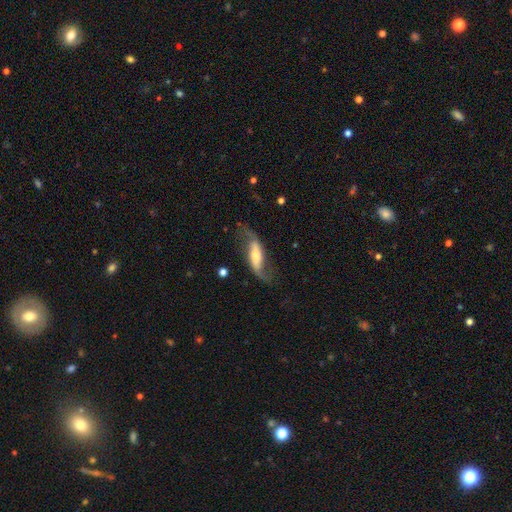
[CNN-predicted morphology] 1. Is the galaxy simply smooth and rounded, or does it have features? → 80% featured or disk, 14% smooth, 6% star or artifact.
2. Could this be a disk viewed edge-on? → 87% no, 13% yes.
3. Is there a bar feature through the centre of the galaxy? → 38% strong, 34% weak, 28% no.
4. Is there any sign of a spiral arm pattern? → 93% yes, 7% no.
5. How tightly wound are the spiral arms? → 83% loose, 13% medium, 4% tight.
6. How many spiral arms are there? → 91% 2, 4% 1, 3% can't tell, 1% 3, 1% 4, 1% more than 4.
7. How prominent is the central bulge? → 51% moderate, 34% small, 9% large, 4% none, 2% dominant.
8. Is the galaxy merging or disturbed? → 66% none, 18% minor disturbance, 13% major disturbance, 2% merger.